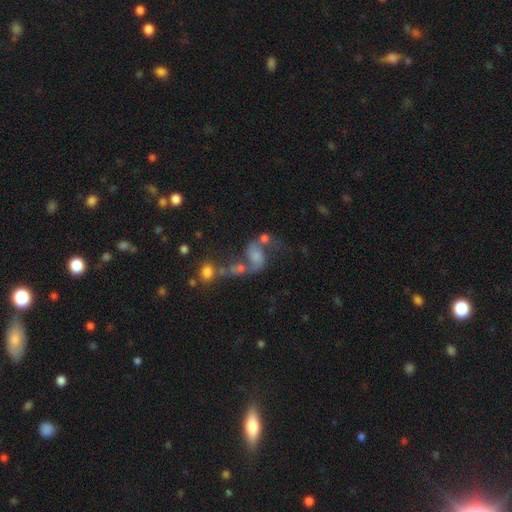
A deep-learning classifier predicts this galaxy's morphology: Q: Smooth or featured?
A: featured or disk (64%); runner-up: smooth (20%)
Q: Edge-on disk?
A: no (96%); runner-up: yes (4%)
Q: Bar?
A: no (60%); runner-up: weak (31%)
Q: Spiral arms?
A: yes (80%); runner-up: no (20%)
Q: Bulge size?
A: small (34%); runner-up: moderate (33%)
Q: Merging?
A: merger (40%); runner-up: none (27%)